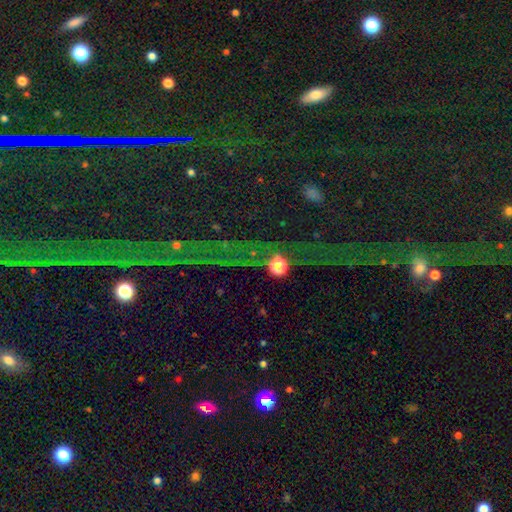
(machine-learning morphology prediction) Smooth or featured: star or artifact — 77% (smooth — 12%)